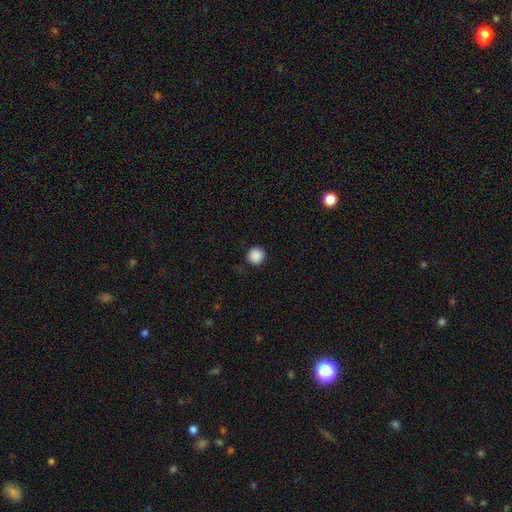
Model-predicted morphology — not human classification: A smooth galaxy with no disk features (88%) that is round (96%). Merging: none (92%).